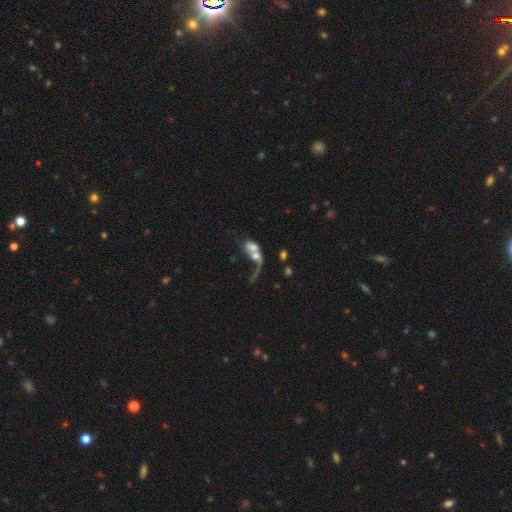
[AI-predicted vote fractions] Overall: featured or disk (46%; smooth 43%). Merging: merger (68%).